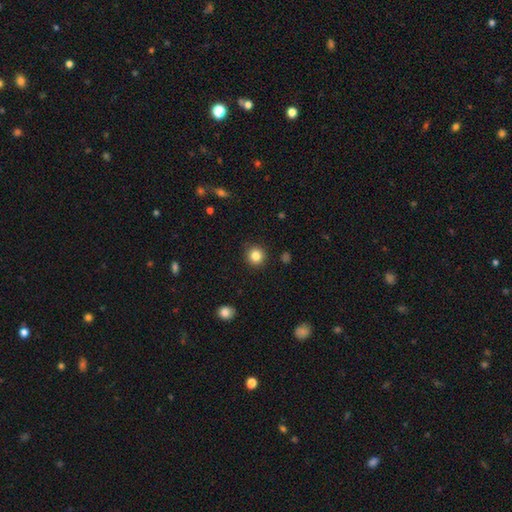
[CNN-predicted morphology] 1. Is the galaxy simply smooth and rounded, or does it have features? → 84% smooth, 11% star or artifact, 5% featured or disk.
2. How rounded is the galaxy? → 94% round, 5% in between, 1% cigar-shaped.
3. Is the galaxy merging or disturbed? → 91% none, 6% minor disturbance, 2% major disturbance, 1% merger.